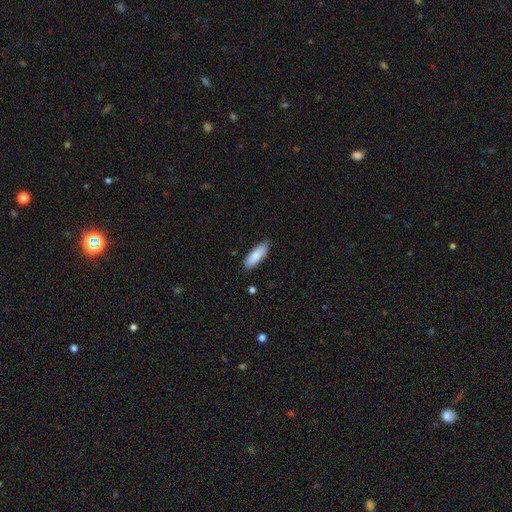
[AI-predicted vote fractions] A smooth galaxy with no disk features (84%) that is in between round and cigar-shaped (54%).

Vote fractions:
- Smooth or featured? smooth: 84% / featured or disk: 10% / star or artifact: 6%
- How rounded? in between: 54% / cigar-shaped: 44% / round: 2%
- Merging? none: 84% / minor disturbance: 12% / major disturbance: 2% / merger: 1%